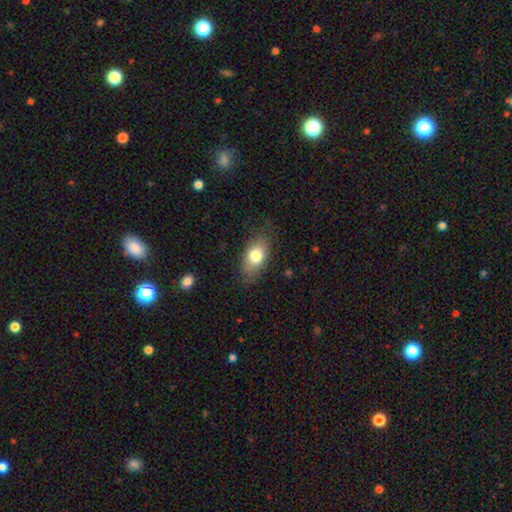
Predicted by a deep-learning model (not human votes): A smooth galaxy with no disk features (76%) that is in between round and cigar-shaped (87%). Merging: none (74%).